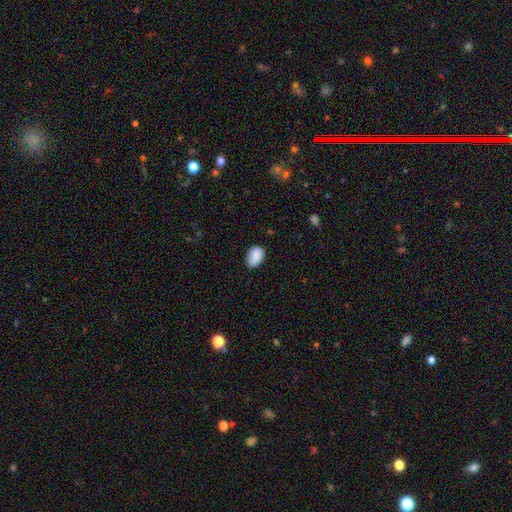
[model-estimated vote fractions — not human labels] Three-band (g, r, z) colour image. It shows a smooth galaxy with no disk features (86%) that is in between round and cigar-shaped (80%). Merging: none (70%).